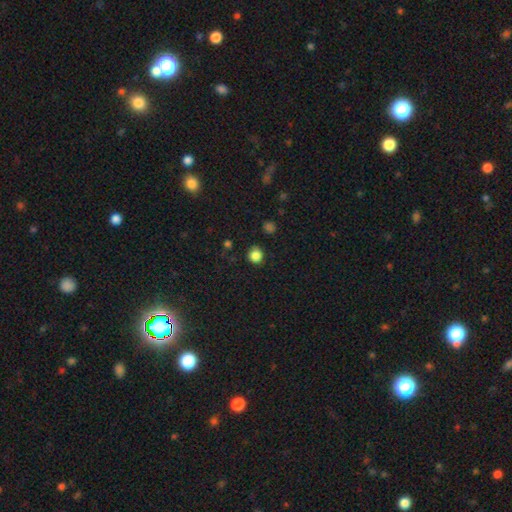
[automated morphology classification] smooth-or-featured: smooth: 85% | star or artifact: 12% | featured or disk: 4%
  how-rounded: round: 89% | in between: 10% | cigar-shaped: 1%
  merging: none: 86% | minor disturbance: 10% | major disturbance: 3% | merger: 2%